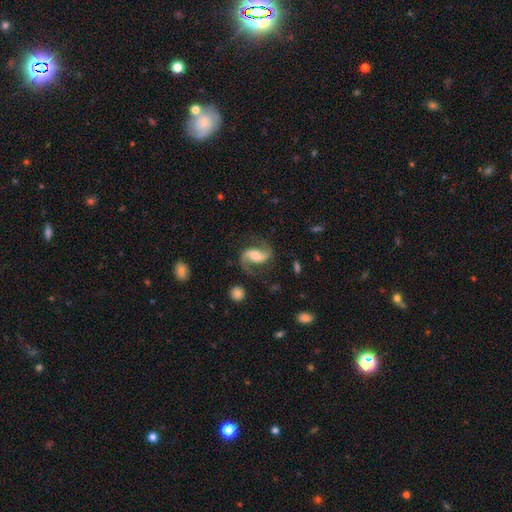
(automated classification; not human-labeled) Q: Smooth or featured?
A: featured or disk (87%); runner-up: smooth (8%)
Q: Edge-on disk?
A: no (97%); runner-up: yes (3%)
Q: Bar?
A: weak (39%); runner-up: strong (31%)
Q: Spiral arms?
A: yes (97%); runner-up: no (3%)
Q: Spiral winding?
A: loose (52%); runner-up: medium (39%)
Q: Spiral arm count?
A: 2 (93%); runner-up: 1 (2%)
Q: Bulge size?
A: moderate (60%); runner-up: small (24%)
Q: Merging?
A: none (79%); runner-up: minor disturbance (13%)